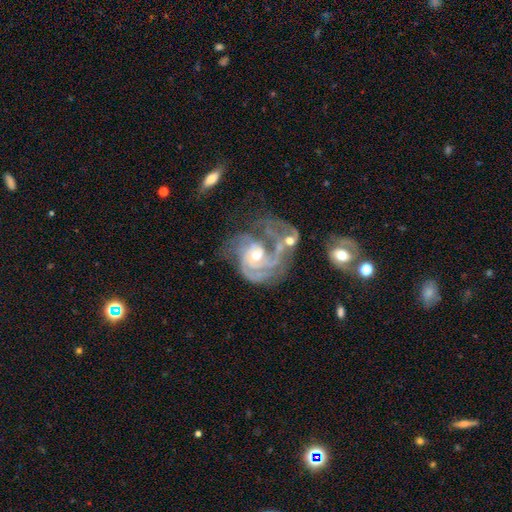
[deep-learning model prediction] Overall: featured or disk (88%). Edge-on disk: no (98%). Bar: no (67%). Spiral arms: yes (94%). Spiral arm count: 2 (28%; can't tell 26%). Spiral winding: tight (50%; medium 36%). Bulge size: moderate (64%; small 30%). Merging: merger (49%; major disturbance 25%).